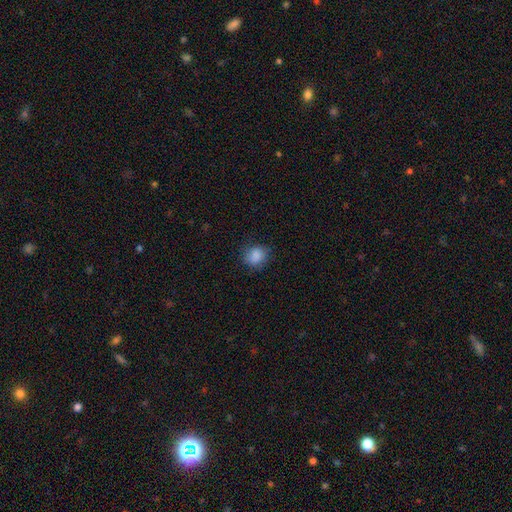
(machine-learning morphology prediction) This appears to be a smooth galaxy with no disk features (87%) that is round (64%). Merging: none (77%).